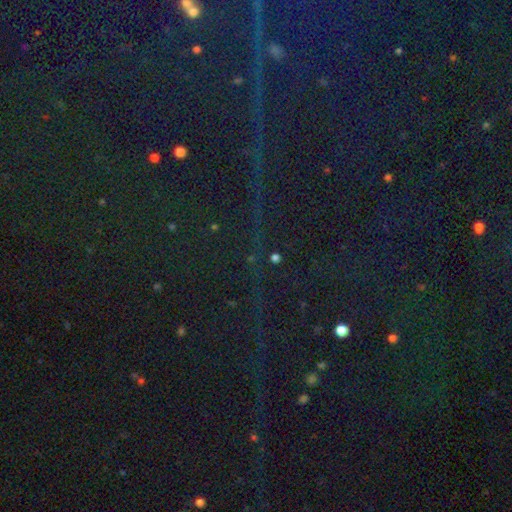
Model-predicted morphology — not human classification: Overall: star or artifact (86%).